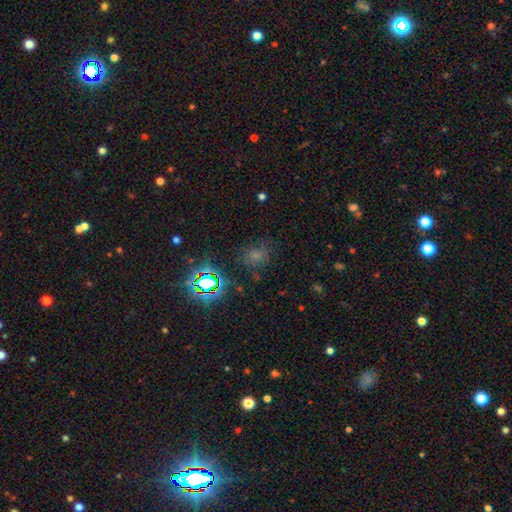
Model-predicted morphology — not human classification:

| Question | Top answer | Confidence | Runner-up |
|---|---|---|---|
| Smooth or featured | smooth | 52% | star or artifact (38%) |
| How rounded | round | 56% | in between (42%) |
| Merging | none | 69% | minor disturbance (19%) |